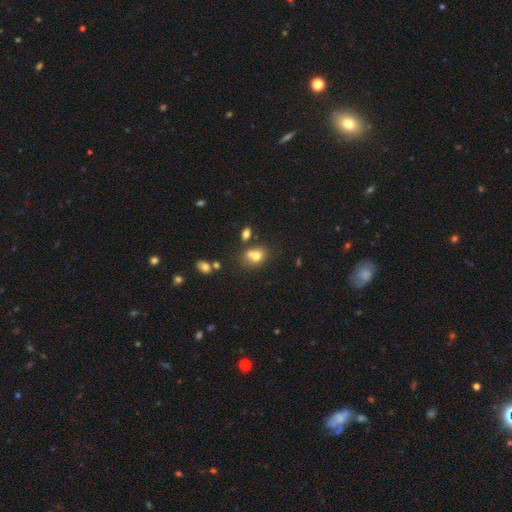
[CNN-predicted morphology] Smooth or featured? smooth (72%)
How rounded? round (51%)
Merging? none (42%)